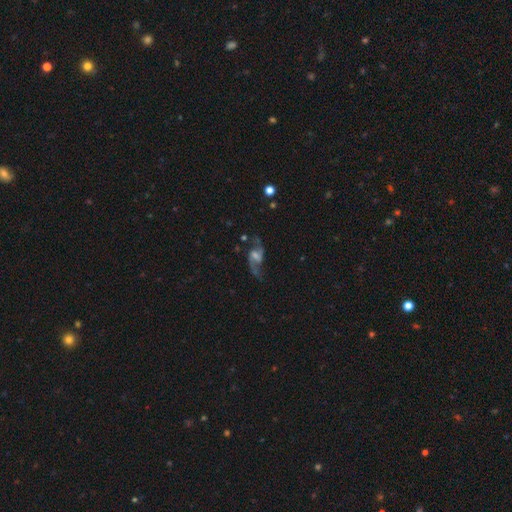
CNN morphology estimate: This is clearly a featured or disk galaxy (83%). It is clearly not viewed edge-on (96%). Bar: possibly weak (53%). Spiral arm pattern: clearly yes (94%). Spiral arm count: clearly 2 (92%). Spiral winding: likely loose (71%). Central bulge: marginally small (38%). Merging: likely none (69%).